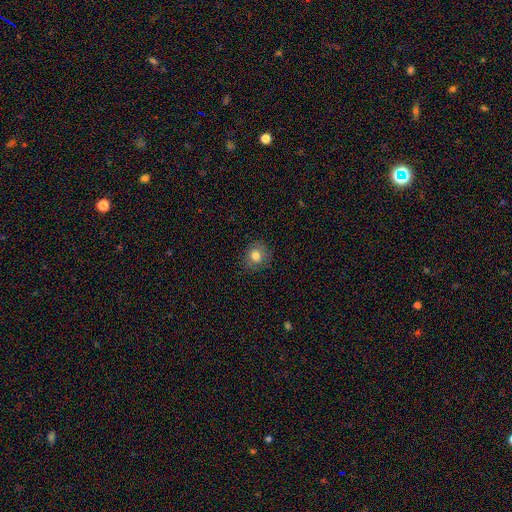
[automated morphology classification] Smooth or featured: smooth — 80% (star or artifact — 11%)
How rounded: round — 75% (in between — 24%)
Merging: none — 82% (minor disturbance — 13%)